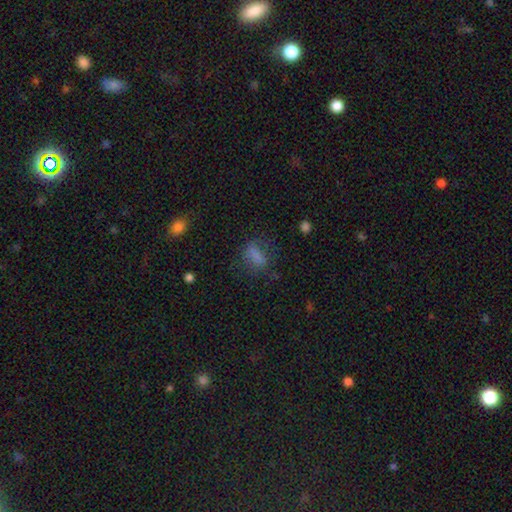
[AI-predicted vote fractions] smooth_or_featured: smooth (p=0.72) [alt: featured or disk p=0.15]
how_rounded: in between (p=0.67) [alt: cigar-shaped p=0.18]
merging: none (p=0.60) [alt: minor disturbance p=0.20]